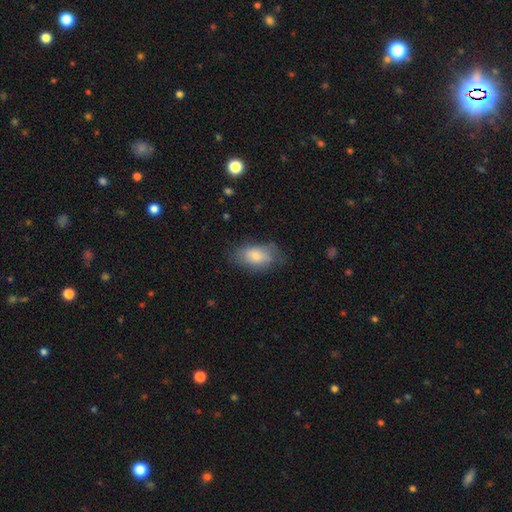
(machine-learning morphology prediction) Smooth or featured: smooth — 77% (featured or disk — 16%)
How rounded: in between — 92% (round — 6%)
Merging: none — 63% (minor disturbance — 26%)